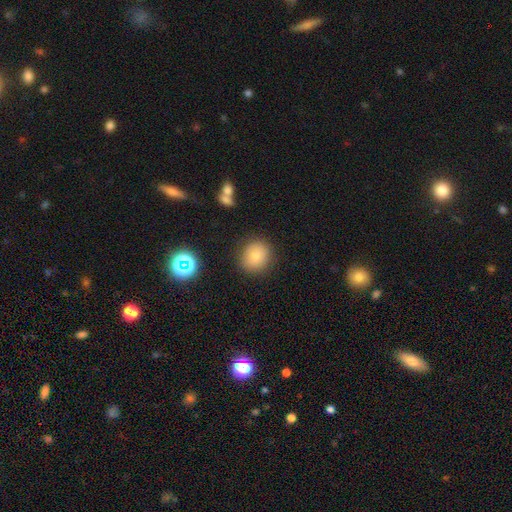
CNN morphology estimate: Smooth or featured? Predicted: smooth (p=0.81). How rounded? Predicted: round (p=0.84). Merging? Predicted: none (p=0.86).